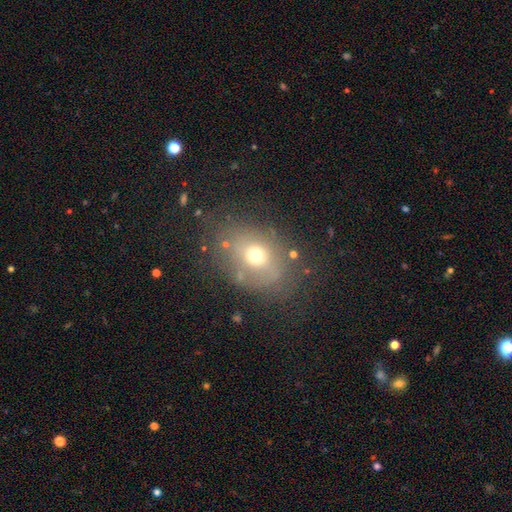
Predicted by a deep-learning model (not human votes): smooth-or-featured: smooth: 58% | featured or disk: 25% | star or artifact: 17%
  how-rounded: in between: 53% | round: 46% | cigar-shaped: 1%
  merging: none: 66% | minor disturbance: 19% | major disturbance: 12% | merger: 3%